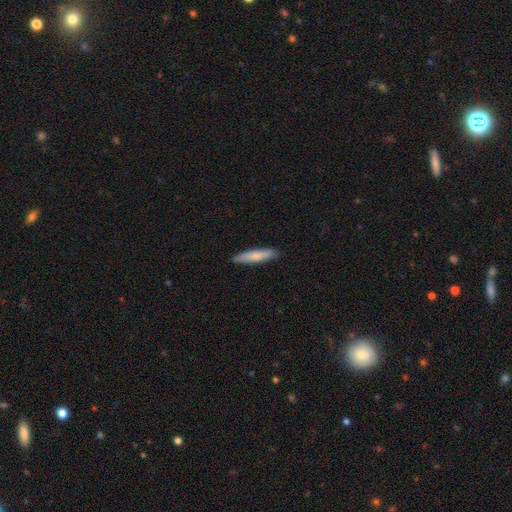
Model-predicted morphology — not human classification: Smooth or featured? smooth (75%)
How rounded? cigar-shaped (89%)
Merging? none (89%)